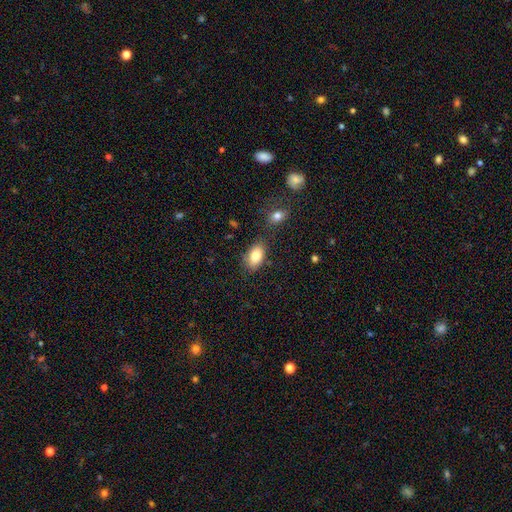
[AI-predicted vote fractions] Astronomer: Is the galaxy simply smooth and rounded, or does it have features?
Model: smooth — 82%.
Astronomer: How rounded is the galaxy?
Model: in between — 90%.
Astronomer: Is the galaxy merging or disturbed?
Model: none — 76%.